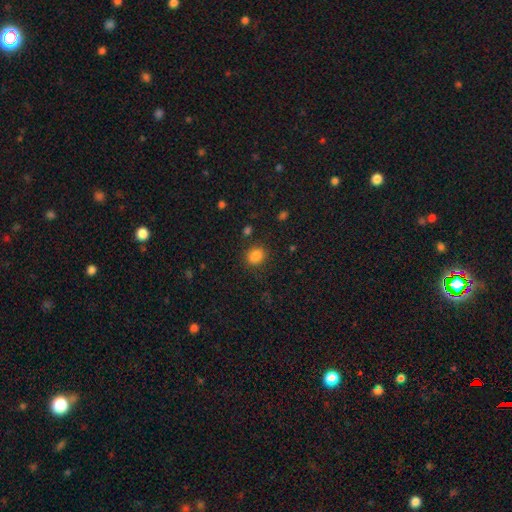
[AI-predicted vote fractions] A smooth galaxy with no disk features (84%) that is round (66%).

Vote fractions:
- Smooth or featured? smooth: 84% / star or artifact: 11% / featured or disk: 4%
- How rounded? round: 66% / in between: 33% / cigar-shaped: 1%
- Merging? none: 84% / minor disturbance: 9% / major disturbance: 4% / merger: 3%